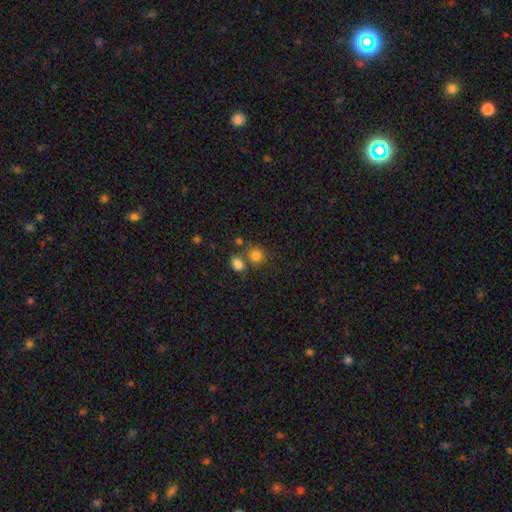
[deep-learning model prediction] The model was most divided on "merging": none: 57%, merger: 28%, minor disturbance: 10%, major disturbance: 4%. More confident: smooth or featured — smooth (81%); how rounded — round (76%).